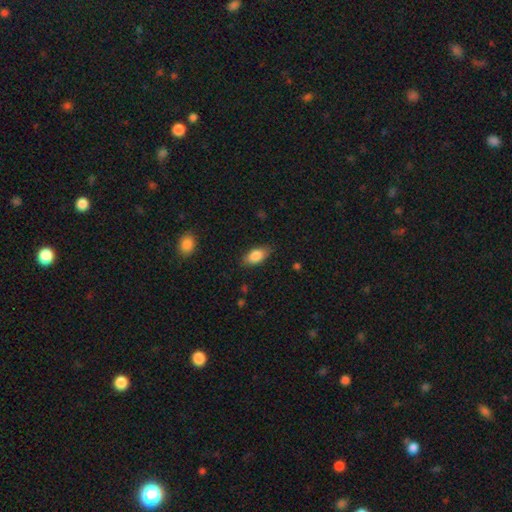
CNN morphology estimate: Smooth or featured? smooth (83%)
How rounded? in between (89%)
Merging? none (82%)